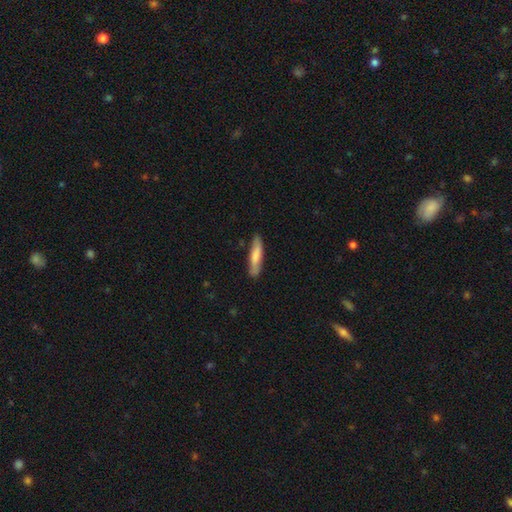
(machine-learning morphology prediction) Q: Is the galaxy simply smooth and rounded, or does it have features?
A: smooth — 74%.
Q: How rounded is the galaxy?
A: cigar-shaped — 83%.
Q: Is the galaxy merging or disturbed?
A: none — 81%.